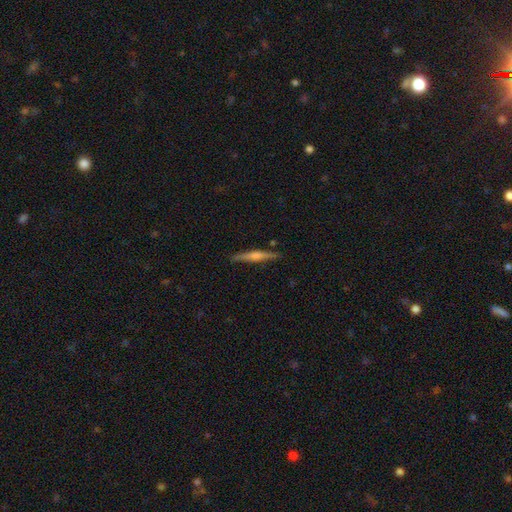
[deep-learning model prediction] Smooth or featured: featured or disk — 69% (smooth — 24%)
Edge-on disk: yes — 98% (no — 2%)
Edge-on bulge: rounded — 69% (boxy — 16%)
Merging: none — 90% (minor disturbance — 7%)